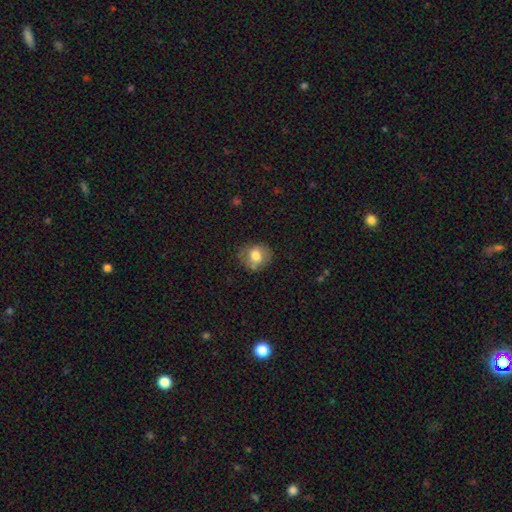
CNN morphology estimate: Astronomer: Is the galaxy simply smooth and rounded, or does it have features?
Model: smooth — 72%.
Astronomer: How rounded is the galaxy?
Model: round — 69%.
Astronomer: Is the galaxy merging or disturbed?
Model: none — 71%.